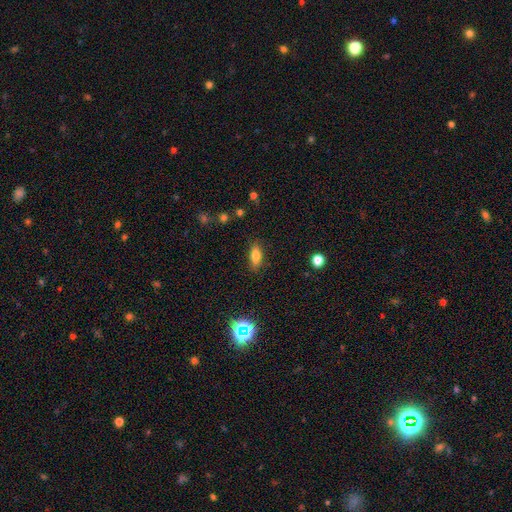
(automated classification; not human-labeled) smooth-or-featured: smooth: 74% | featured or disk: 15% | star or artifact: 11%
  how-rounded: in between: 68% | cigar-shaped: 27% | round: 4%
  merging: none: 85% | minor disturbance: 11% | major disturbance: 3% | merger: 1%